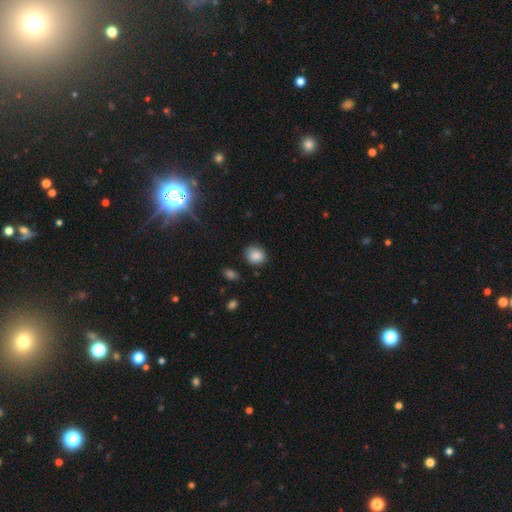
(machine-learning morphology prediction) Smooth or featured: smooth — 85% (star or artifact — 9%)
How rounded: round — 66% (in between — 33%)
Merging: none — 77% (minor disturbance — 18%)